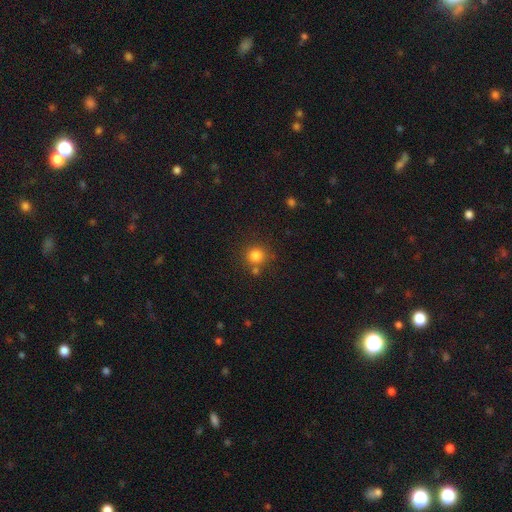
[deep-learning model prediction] Smooth or featured? Predicted: smooth (p=0.81). How rounded? Predicted: round (p=0.92). Merging? Predicted: none (p=0.75).